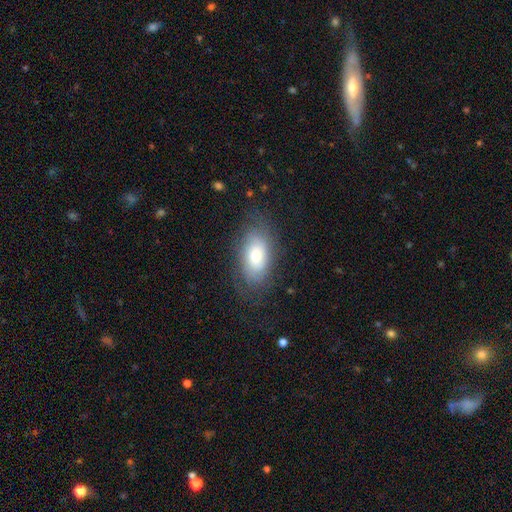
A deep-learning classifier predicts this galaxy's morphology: type=smooth (61%); roundness=in between (91%); merging=none (72%).